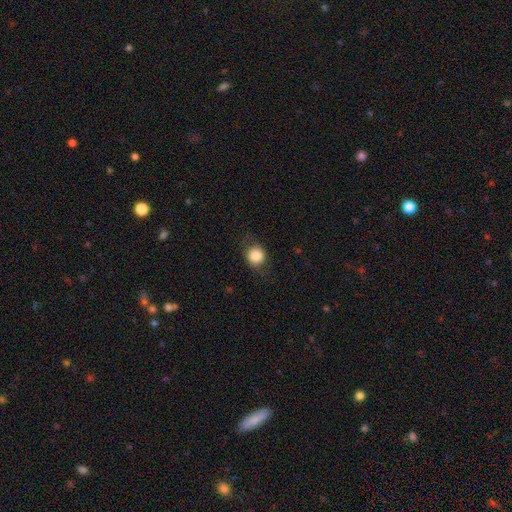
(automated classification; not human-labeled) Overall: smooth (80%). How rounded: round (81%). Merging: none (76%).